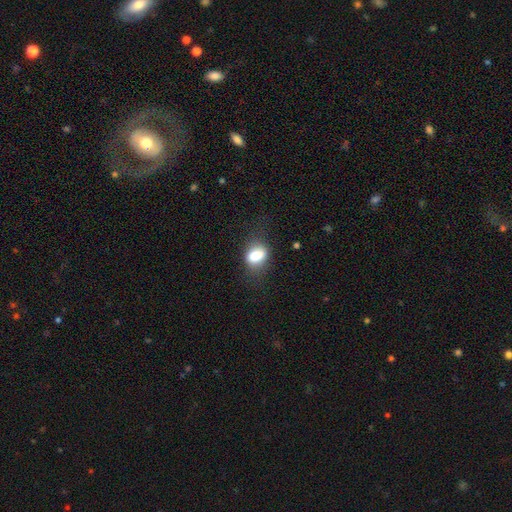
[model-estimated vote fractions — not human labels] A smooth galaxy with no disk features (78%) that is in between round and cigar-shaped (73%).

Vote fractions:
- Smooth or featured? smooth: 78% / featured or disk: 12% / star or artifact: 10%
- How rounded? in between: 73% / round: 24% / cigar-shaped: 2%
- Merging? none: 65% / minor disturbance: 22% / major disturbance: 11% / merger: 2%